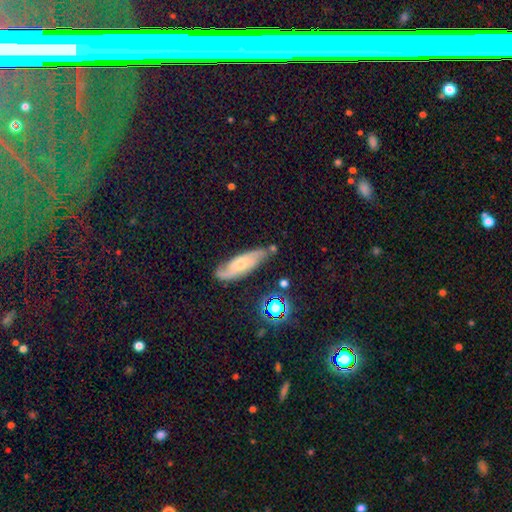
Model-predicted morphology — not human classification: Smooth or featured? Predicted: featured or disk (p=0.64). Edge-on disk? Predicted: no (p=0.77). Merging? Predicted: none (p=0.71).